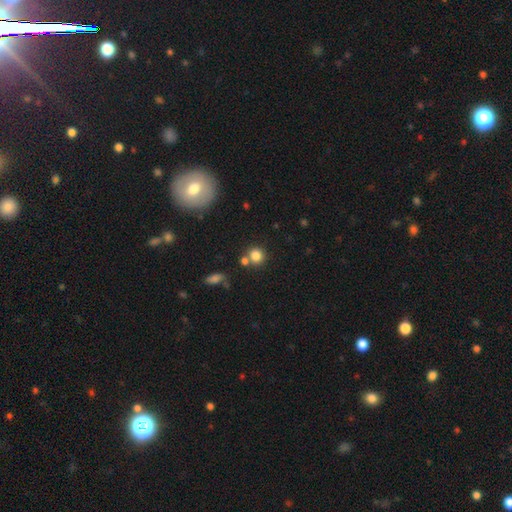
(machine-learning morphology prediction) Smooth or featured? smooth (81%)
How rounded? round (86%)
Merging? none (64%)